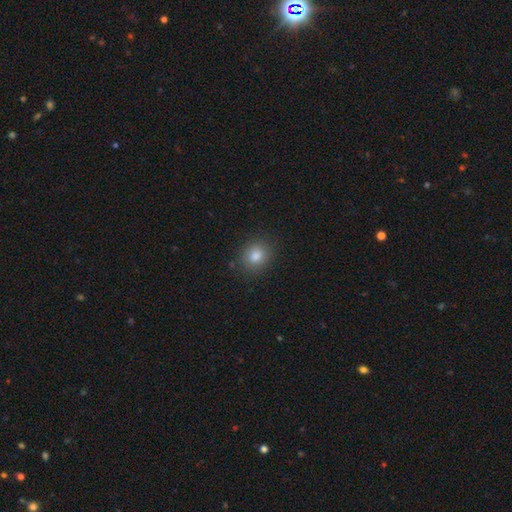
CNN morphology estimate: This is clearly a smooth galaxy (82%). How rounded: likely round (68%). Merging: clearly none (87%).